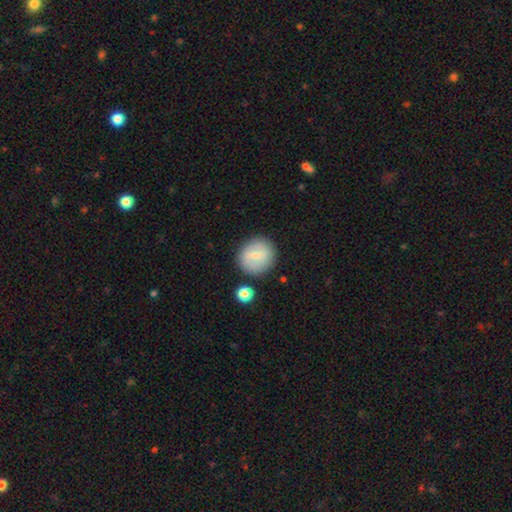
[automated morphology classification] smooth_or_featured: smooth (p=0.62) [alt: featured or disk p=0.31]
how_rounded: round (p=0.87) [alt: in between p=0.12]
merging: none (p=0.82) [alt: minor disturbance p=0.11]